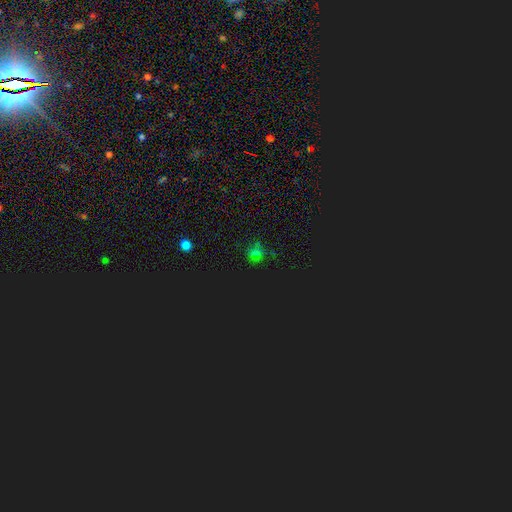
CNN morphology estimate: Overall: star or artifact (53%; smooth 39%).